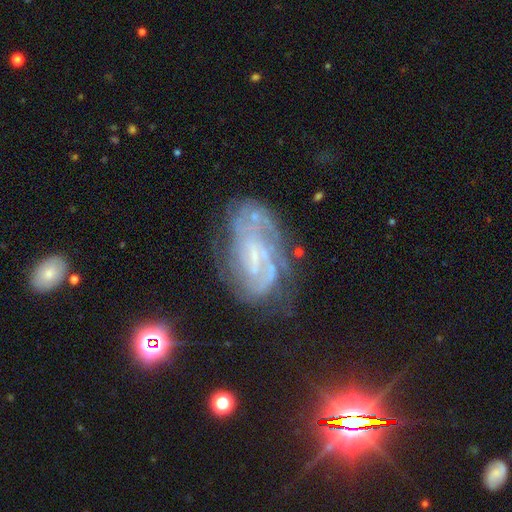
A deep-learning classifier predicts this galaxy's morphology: A featured or disk galaxy (75%) with a weak bar (42%), tight (52%) spiral arms (84%) and a small central bulge (48%).

Vote fractions:
- Smooth or featured? featured or disk: 75% / smooth: 13% / star or artifact: 13%
- Edge-on disk? no: 96% / yes: 4%
- Bar? weak: 42% / no: 41% / strong: 17%
- Spiral arms? yes: 84% / no: 16%
- Spiral winding? tight: 52% / medium: 34% / loose: 13%
- Spiral arm count? can't tell: 44% / 2: 28% / 3: 12% / 1: 7% / 4: 5% / more than 4: 4%
- Bulge size? small: 48% / none: 34% / moderate: 15% / large: 2% / dominant: 1%
- Merging? none: 54% / minor disturbance: 23% / major disturbance: 18% / merger: 5%